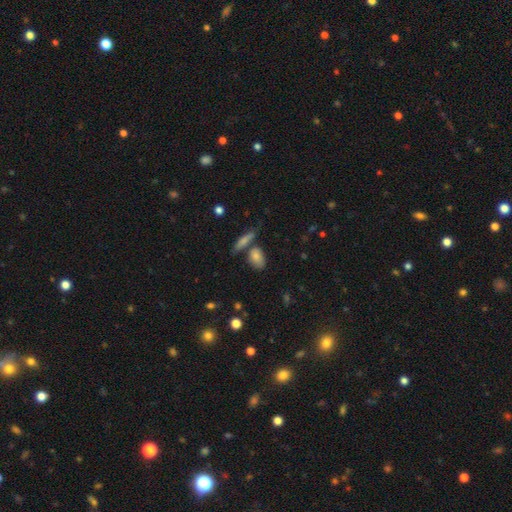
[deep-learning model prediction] This appears to be a smooth galaxy with no disk features (68%) that is in between round and cigar-shaped (66%). Merging: none (66%).